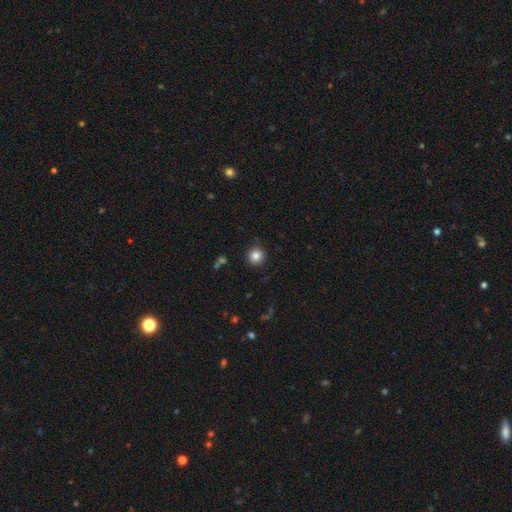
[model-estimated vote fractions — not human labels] Smooth or featured?
  - smooth: 83% *
  - star or artifact: 11%
  - featured or disk: 6%
How rounded?
  - round: 94% *
  - in between: 5%
  - cigar-shaped: 1%
Merging?
  - none: 90% *
  - minor disturbance: 6%
  - major disturbance: 2%
  - merger: 1%